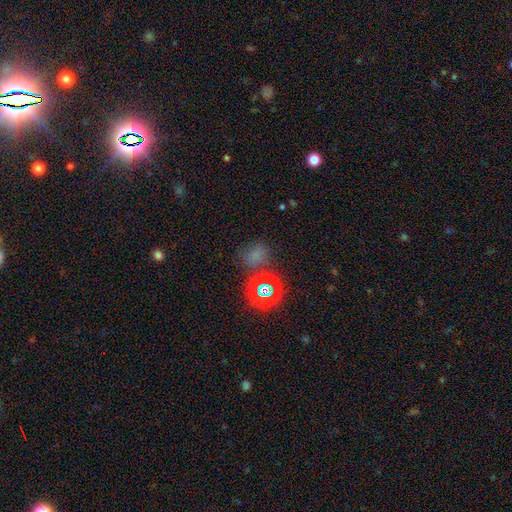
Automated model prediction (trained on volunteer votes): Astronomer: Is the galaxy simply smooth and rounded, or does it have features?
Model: smooth — 51% (runner-up: star or artifact, 41%).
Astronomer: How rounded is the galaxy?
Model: round — 54% (runner-up: in between, 44%).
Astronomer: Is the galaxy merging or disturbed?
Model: none — 65%.